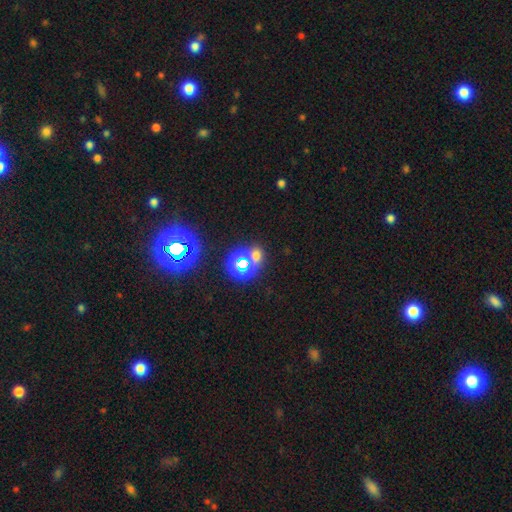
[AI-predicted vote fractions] Smooth or featured?
  - star or artifact: 50% *
  - smooth: 41%
  - featured or disk: 9%